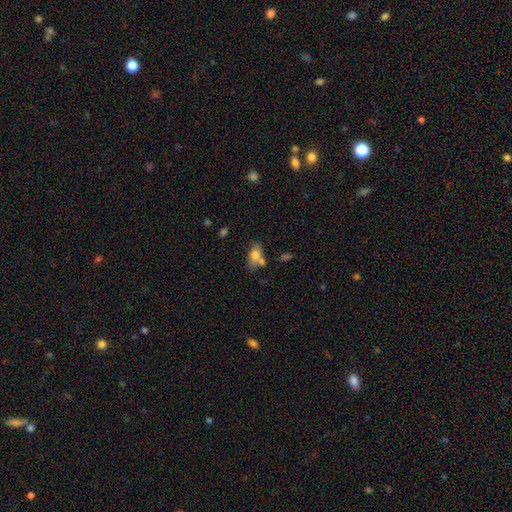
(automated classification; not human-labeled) Smooth or featured? Predicted: smooth (p=0.71). How rounded? Predicted: in between (p=0.86). Merging? Predicted: none (p=0.45).